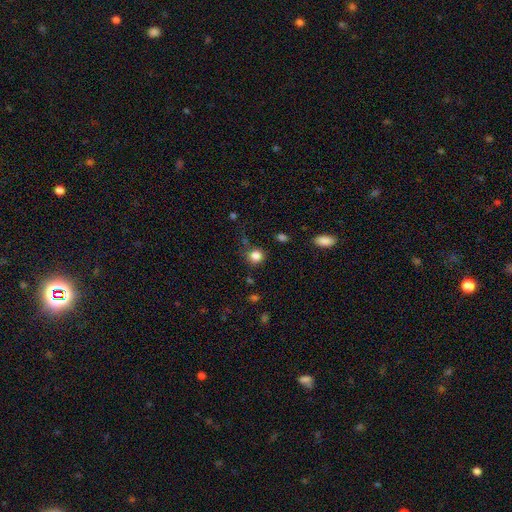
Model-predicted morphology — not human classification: A smooth galaxy with no disk features (84%) that is round (89%). Merging: none (80%).